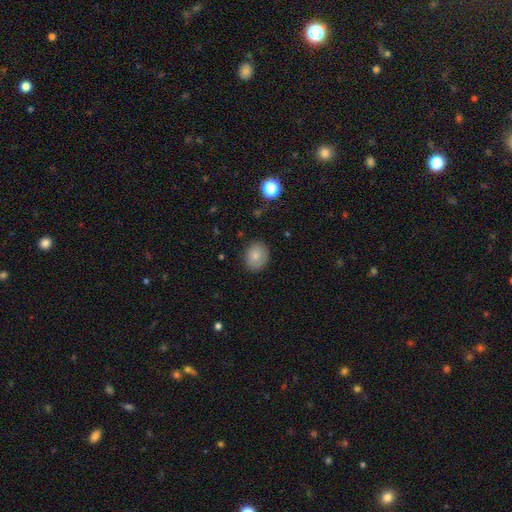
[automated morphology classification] Smooth or featured? smooth (82%)
How rounded? round (57%)
Merging? none (84%)